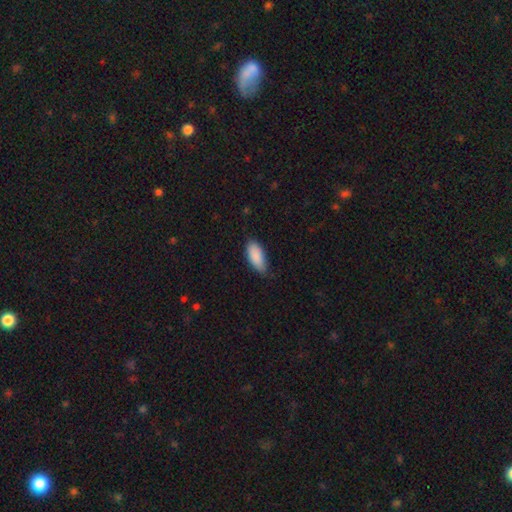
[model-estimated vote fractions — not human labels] smooth 89%, star or artifact 6%, featured or disk 5%. Down the decision tree: how rounded — in between (87%); merging — none (74%).